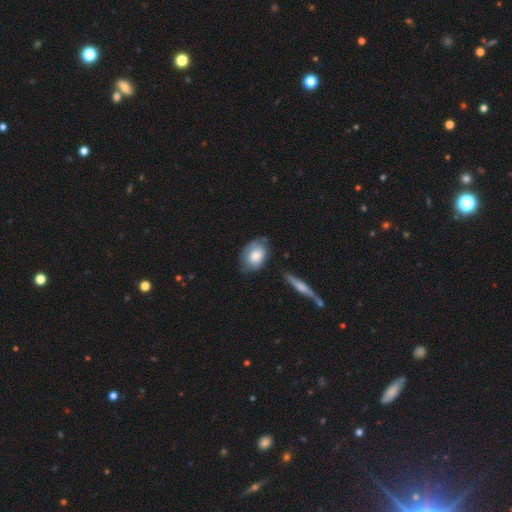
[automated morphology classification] Q: Smooth or featured?
A: smooth (72%); runner-up: featured or disk (22%)
Q: How rounded?
A: in between (77%); runner-up: round (22%)
Q: Merging?
A: none (57%); runner-up: minor disturbance (29%)